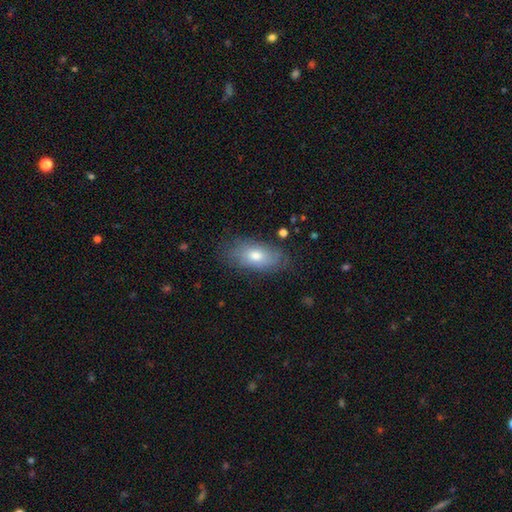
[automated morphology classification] The model was most divided on "smooth or featured": smooth: 69%, featured or disk: 24%, star or artifact: 7%. More confident: how rounded — in between (89%); merging — none (77%).